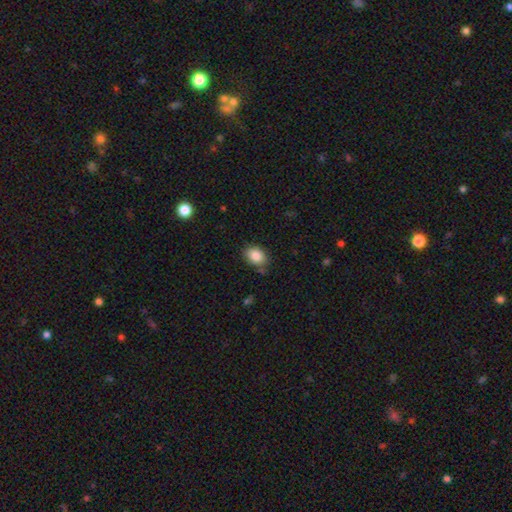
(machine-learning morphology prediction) This appears to be a smooth galaxy with no disk features (85%) that is in between round and cigar-shaped (73%). Merging: none (73%).